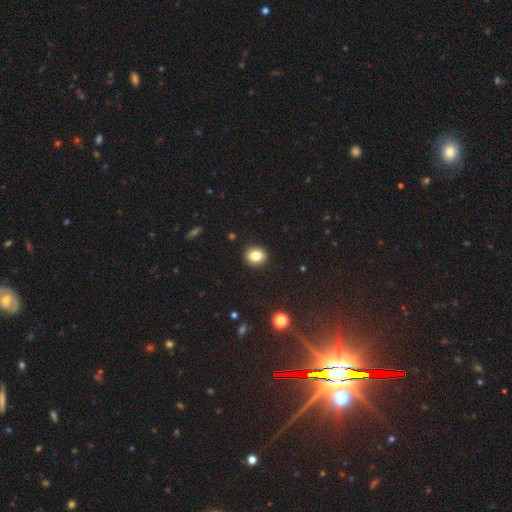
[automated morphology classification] Smooth or featured? Predicted: smooth (p=0.82). How rounded? Predicted: round (p=0.68). Merging? Predicted: none (p=0.91).